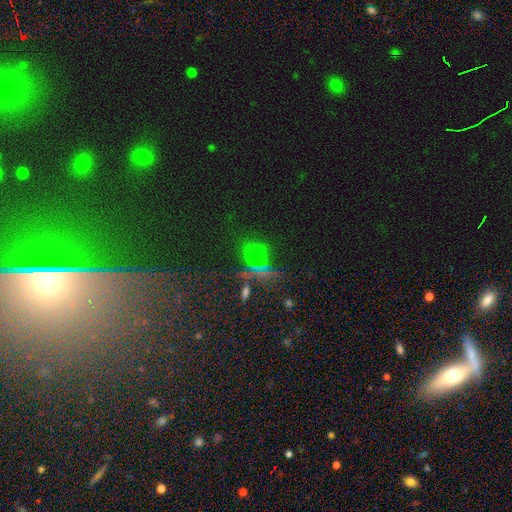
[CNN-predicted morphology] Q: Smooth or featured?
A: star or artifact (49%); runner-up: smooth (39%)